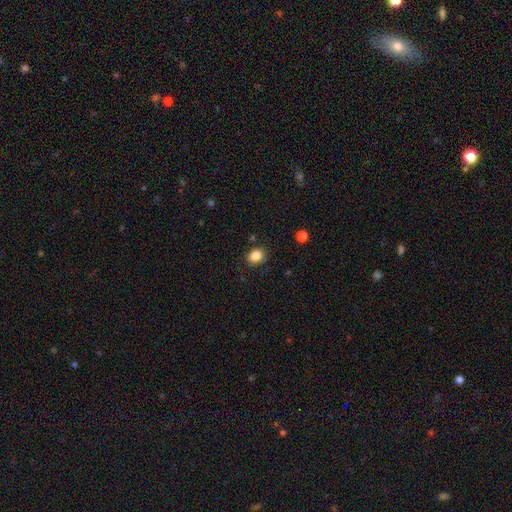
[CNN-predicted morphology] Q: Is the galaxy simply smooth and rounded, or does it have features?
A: smooth — 85%.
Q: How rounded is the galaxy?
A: in between — 50%.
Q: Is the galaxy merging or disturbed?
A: none — 84%.